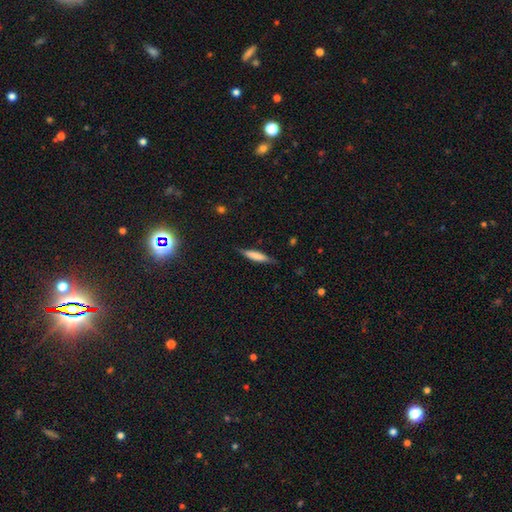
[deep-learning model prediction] Smooth or featured? Predicted: smooth (p=0.64). How rounded? Predicted: cigar-shaped (p=0.86). Merging? Predicted: none (p=0.84).